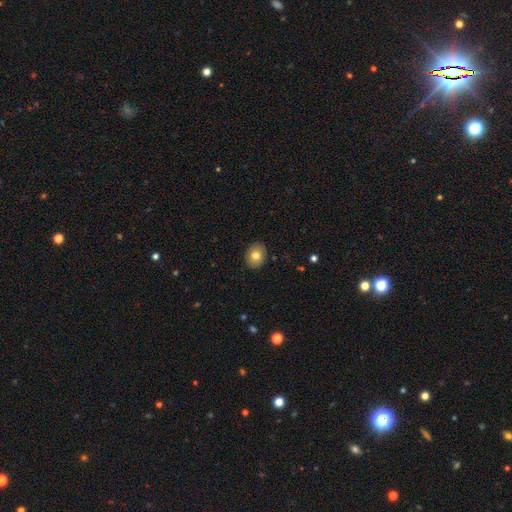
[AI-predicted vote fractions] Smooth or featured?
  - smooth: 78% *
  - featured or disk: 13%
  - star or artifact: 8%
How rounded?
  - in between: 54% *
  - round: 45%
  - cigar-shaped: 1%
Merging?
  - none: 89% *
  - minor disturbance: 8%
  - major disturbance: 2%
  - merger: 1%